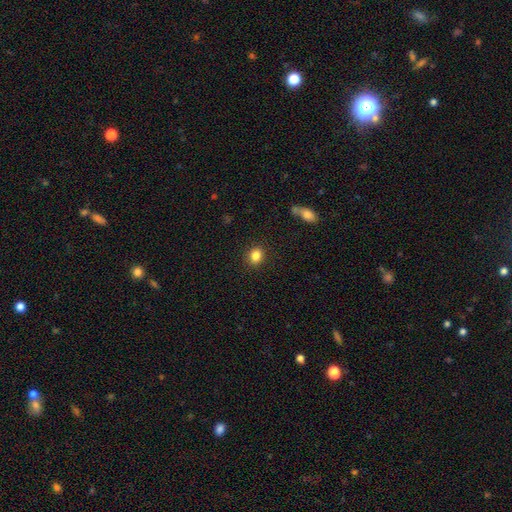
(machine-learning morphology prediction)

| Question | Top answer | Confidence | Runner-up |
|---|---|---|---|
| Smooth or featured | smooth | 84% | star or artifact (10%) |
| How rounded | round | 64% | in between (34%) |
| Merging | none | 89% | minor disturbance (7%) |